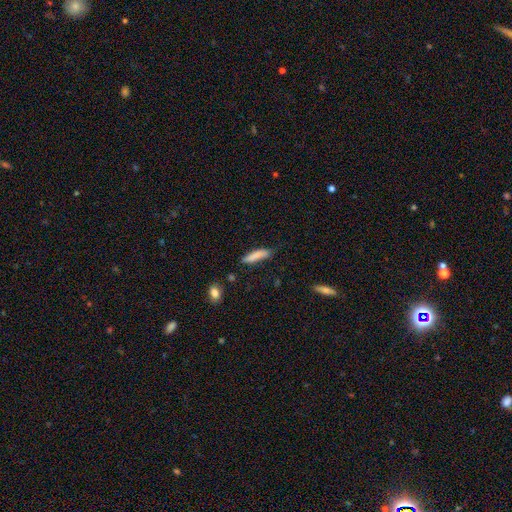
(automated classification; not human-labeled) smooth-or-featured: smooth: 82% | featured or disk: 11% | star or artifact: 7%
  how-rounded: cigar-shaped: 79% | in between: 19% | round: 2%
  merging: none: 71% | minor disturbance: 22% | major disturbance: 4% | merger: 3%